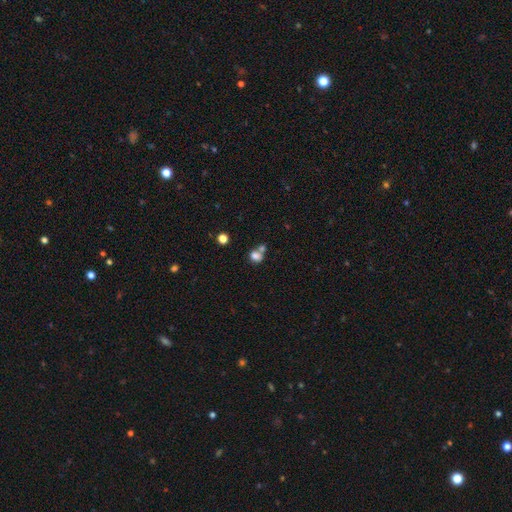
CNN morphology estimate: type=smooth (77%); roundness=round (55%); merging=merger (47%).